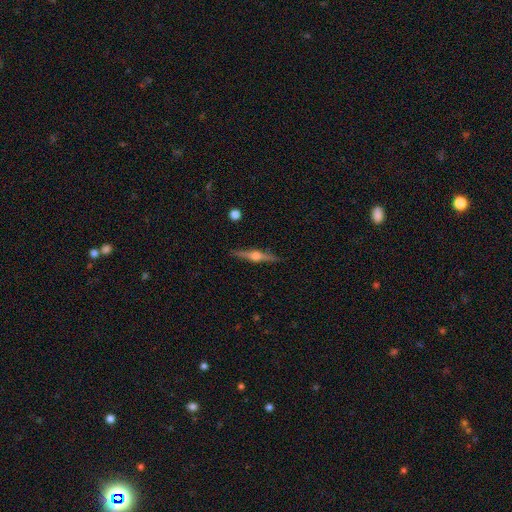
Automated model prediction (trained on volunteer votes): A featured or disk galaxy (77%) viewed edge-on (98%) with a rounded central bulge (92%).

Vote fractions:
- Smooth or featured? featured or disk: 77% / smooth: 17% / star or artifact: 6%
- Edge-on disk? yes: 98% / no: 2%
- Edge-on bulge? rounded: 92% / boxy: 6% / none: 2%
- Merging? none: 90% / minor disturbance: 7% / major disturbance: 2% / merger: 1%